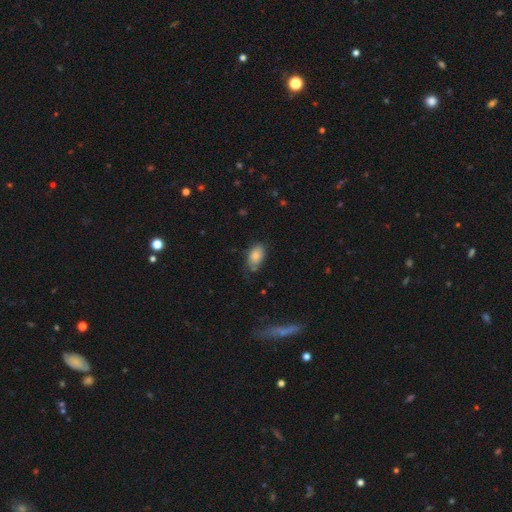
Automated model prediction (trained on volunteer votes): A smooth galaxy with no disk features (82%) that is in between round and cigar-shaped (91%).

Vote fractions:
- Smooth or featured? smooth: 82% / featured or disk: 11% / star or artifact: 8%
- How rounded? in between: 91% / round: 7% / cigar-shaped: 2%
- Merging? none: 65% / minor disturbance: 27% / major disturbance: 6% / merger: 3%